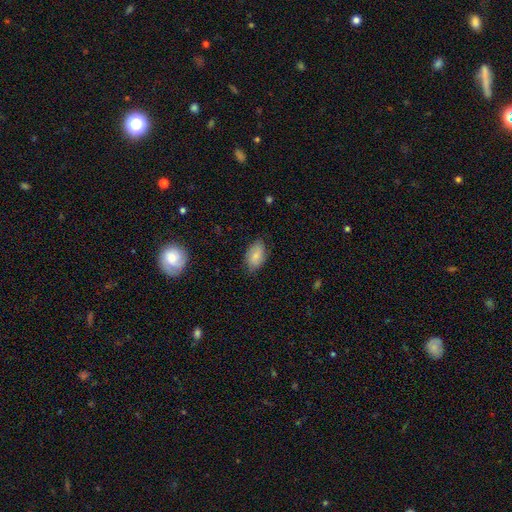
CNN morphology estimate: Smooth or featured?
  - smooth: 77% *
  - featured or disk: 15%
  - star or artifact: 7%
How rounded?
  - in between: 92% *
  - round: 6%
  - cigar-shaped: 2%
Merging?
  - none: 74% *
  - minor disturbance: 21%
  - major disturbance: 4%
  - merger: 1%